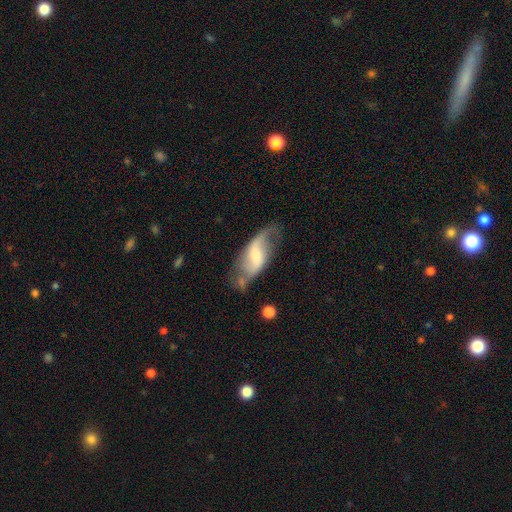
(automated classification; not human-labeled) Smooth or featured: featured or disk — 71% (smooth — 22%)
Edge-on disk: no — 93% (yes — 7%)
Bar: weak — 48% (no — 26%)
Spiral arms: yes — 90% (no — 10%)
Spiral winding: loose — 75% (medium — 20%)
Spiral arm count: 2 — 86% (1 — 6%)
Bulge size: small — 35% (moderate — 34%)
Merging: none — 52% (minor disturbance — 26%)